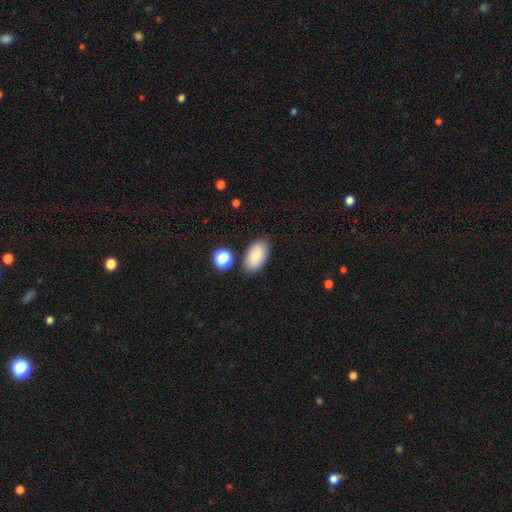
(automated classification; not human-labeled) smooth_or_featured: smooth (p=0.86) [alt: star or artifact p=0.08]
how_rounded: in between (p=0.94) [alt: round p=0.04]
merging: none (p=0.81) [alt: minor disturbance p=0.11]